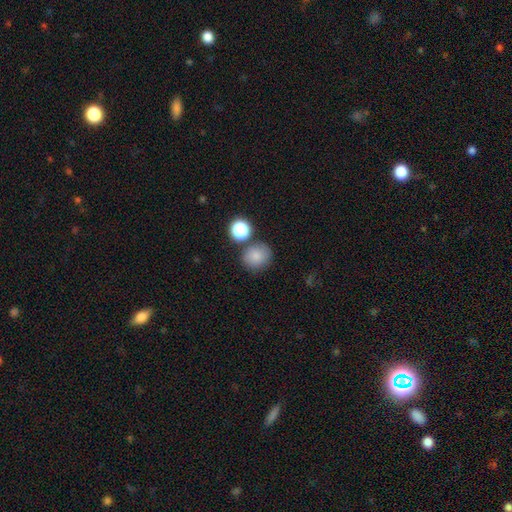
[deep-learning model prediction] Smooth or featured: smooth — 81% (star or artifact — 12%)
How rounded: round — 77% (in between — 22%)
Merging: none — 71% (minor disturbance — 13%)